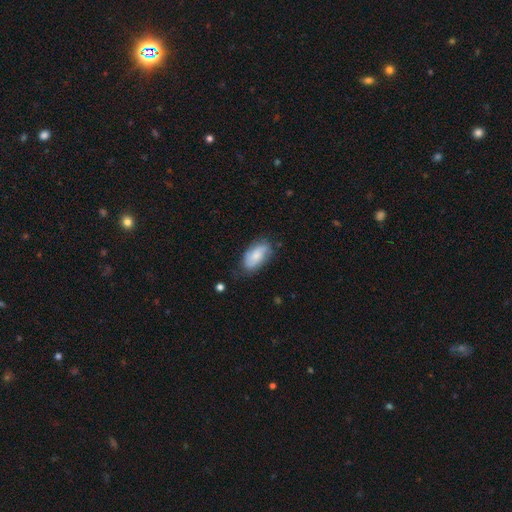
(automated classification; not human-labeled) Smooth or featured? Predicted: smooth (p=0.54). How rounded? Predicted: in between (p=0.91). Merging? Predicted: none (p=0.69).